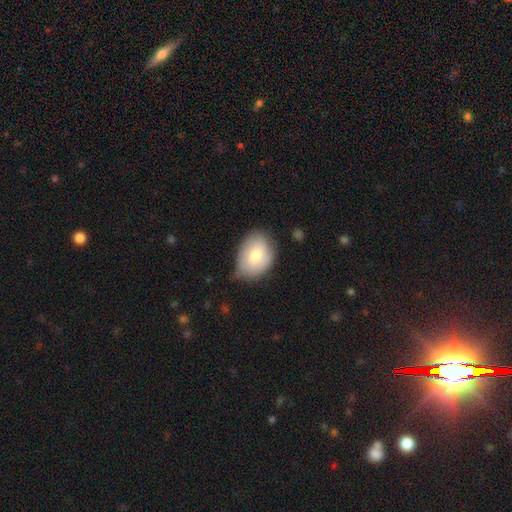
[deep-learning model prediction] Q: Smooth or featured?
A: smooth (75%); runner-up: featured or disk (19%)
Q: How rounded?
A: in between (72%); runner-up: round (27%)
Q: Merging?
A: none (62%); runner-up: minor disturbance (31%)